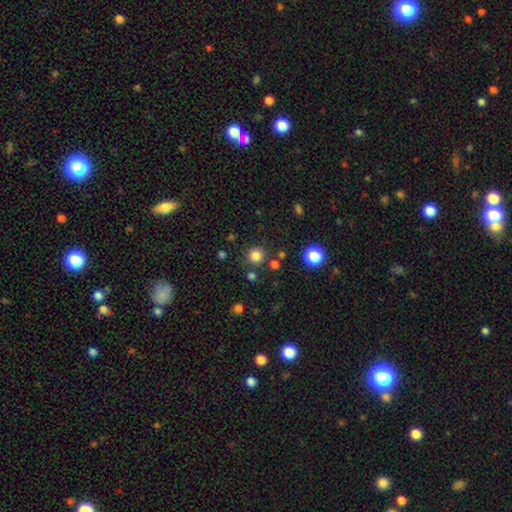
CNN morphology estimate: This appears to be a smooth galaxy with no disk features (81%) that is round (94%). Merging: none (85%).